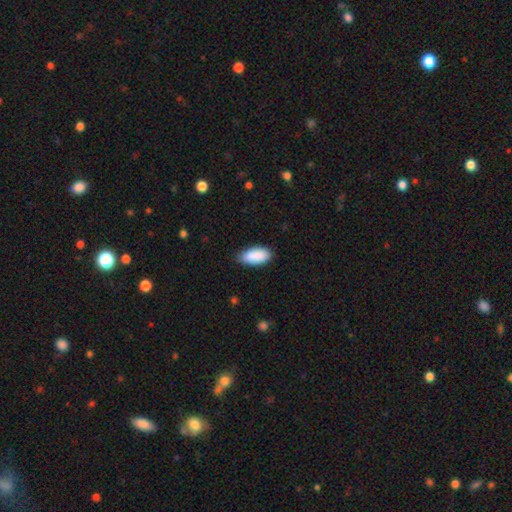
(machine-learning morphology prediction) A smooth galaxy with no disk features (90%) that is in between round and cigar-shaped (91%).

Vote fractions:
- Smooth or featured? smooth: 90% / star or artifact: 6% / featured or disk: 4%
- How rounded? in between: 91% / cigar-shaped: 7% / round: 2%
- Merging? none: 80% / minor disturbance: 17% / major disturbance: 2% / merger: 1%